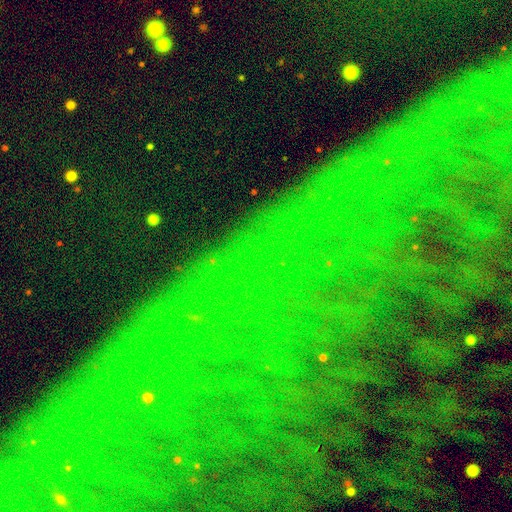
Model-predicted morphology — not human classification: star or artifact 83%, featured or disk 9%, smooth 8%.